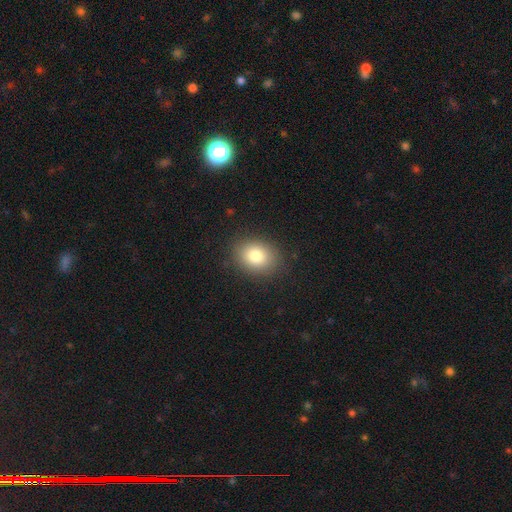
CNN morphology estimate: A smooth galaxy with no disk features (79%) that is round (50%).

Vote fractions:
- Smooth or featured? smooth: 79% / star or artifact: 11% / featured or disk: 9%
- How rounded? round: 50% / in between: 49% / cigar-shaped: 1%
- Merging? none: 87% / minor disturbance: 9% / major disturbance: 3% / merger: 1%